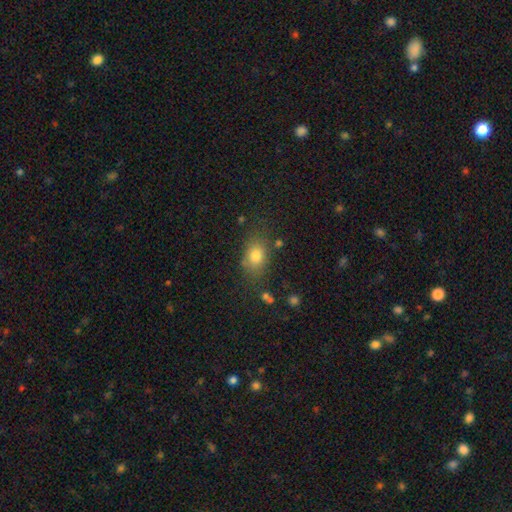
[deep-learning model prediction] Smooth or featured: smooth — 78% (star or artifact — 12%)
How rounded: in between — 71% (round — 27%)
Merging: none — 72% (minor disturbance — 17%)